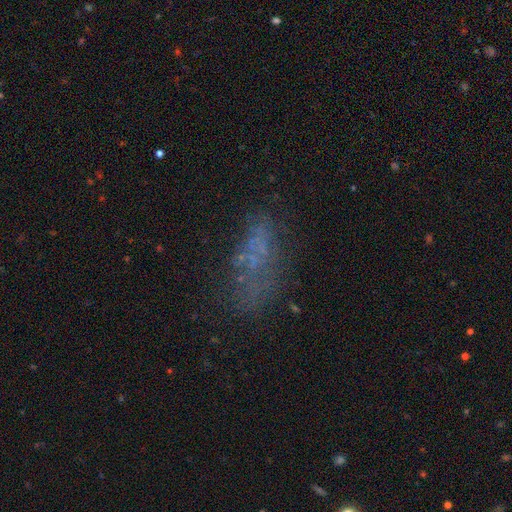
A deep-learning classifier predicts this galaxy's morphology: smooth_or_featured: smooth (p=0.41) [alt: featured or disk p=0.35]
merging: none (p=0.50) [alt: major disturbance p=0.23]